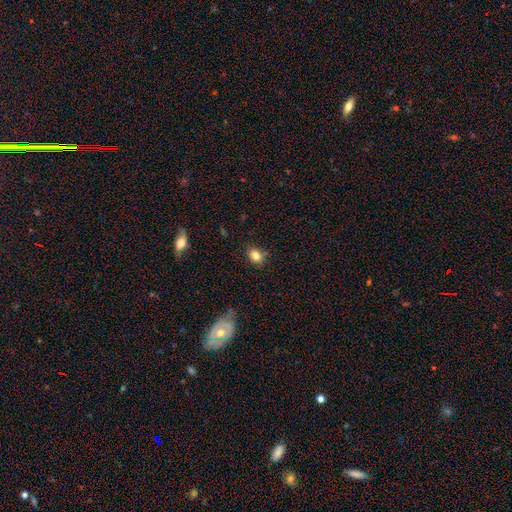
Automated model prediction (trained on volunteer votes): A smooth galaxy with no disk features (82%) that is in between round and cigar-shaped (57%). Merging: none (82%).